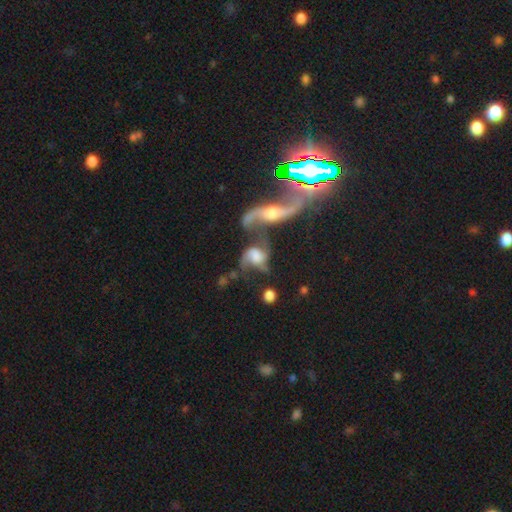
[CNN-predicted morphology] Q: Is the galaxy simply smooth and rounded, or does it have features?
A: featured or disk — 67%.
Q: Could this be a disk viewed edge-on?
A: no — 94%.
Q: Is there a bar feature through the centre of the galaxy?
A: no — 56%.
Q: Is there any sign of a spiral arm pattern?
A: yes — 84%.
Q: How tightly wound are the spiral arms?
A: loose — 73%.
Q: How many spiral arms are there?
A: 2 — 76%.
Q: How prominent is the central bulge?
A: moderate — 33%.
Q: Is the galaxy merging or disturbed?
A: merger — 53%.